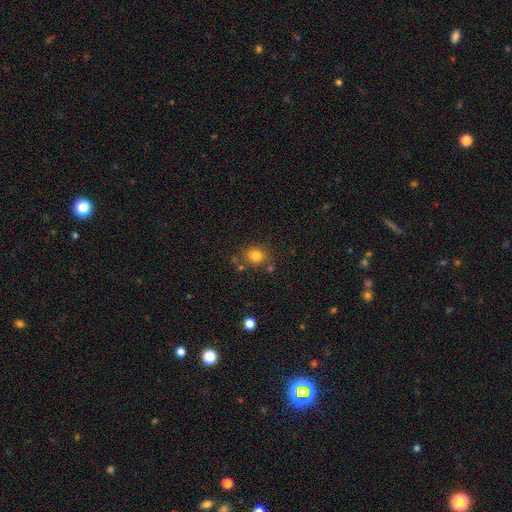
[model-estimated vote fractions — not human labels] smooth_or_featured: smooth (p=0.81) [alt: star or artifact p=0.12]
how_rounded: round (p=0.73) [alt: in between p=0.26]
merging: none (p=0.75) [alt: minor disturbance p=0.13]